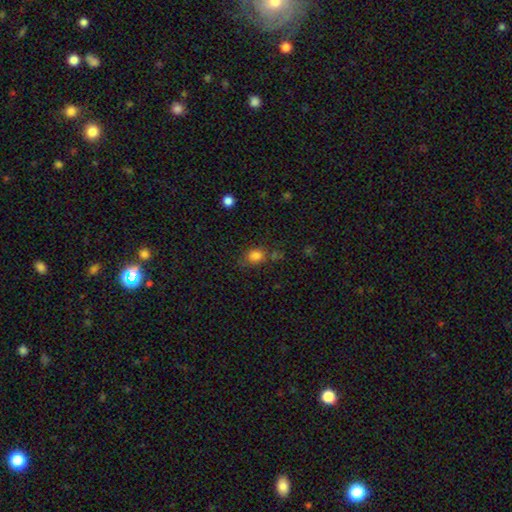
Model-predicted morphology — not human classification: A smooth galaxy with no disk features (82%) that is round (52%).

Vote fractions:
- Smooth or featured? smooth: 82% / star or artifact: 13% / featured or disk: 6%
- How rounded? round: 52% / in between: 47% / cigar-shaped: 1%
- Merging? none: 65% / minor disturbance: 20% / merger: 8% / major disturbance: 7%